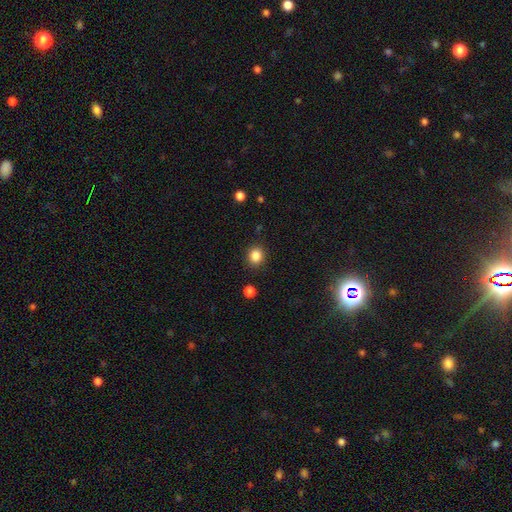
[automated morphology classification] Q: Smooth or featured?
A: smooth (85%); runner-up: star or artifact (11%)
Q: How rounded?
A: round (80%); runner-up: in between (20%)
Q: Merging?
A: none (88%); runner-up: minor disturbance (8%)